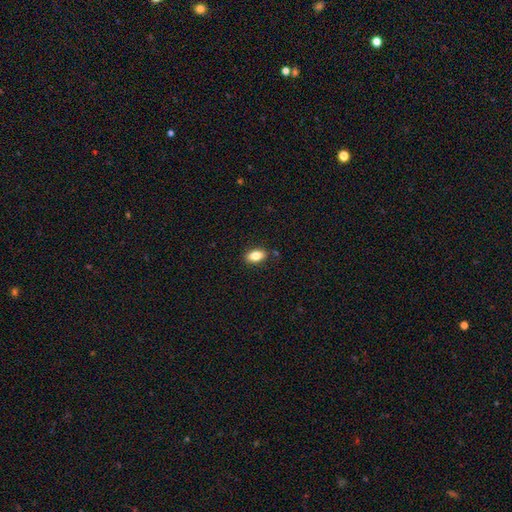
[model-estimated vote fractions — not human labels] Overall: smooth (83%). How rounded: in between (90%). Merging: none (87%).